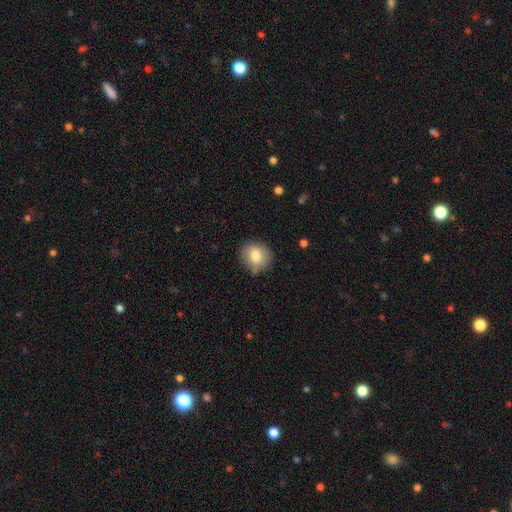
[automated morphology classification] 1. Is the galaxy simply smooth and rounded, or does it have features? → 78% smooth, 14% featured or disk, 8% star or artifact.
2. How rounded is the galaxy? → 78% round, 21% in between, 1% cigar-shaped.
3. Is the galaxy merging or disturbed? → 77% none, 17% minor disturbance, 4% major disturbance, 2% merger.